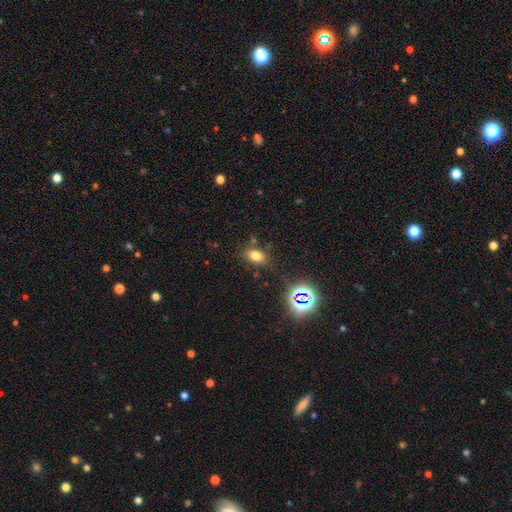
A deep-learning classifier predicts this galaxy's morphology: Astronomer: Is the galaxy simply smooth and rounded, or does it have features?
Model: smooth — 72%.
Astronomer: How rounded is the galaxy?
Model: in between — 77%.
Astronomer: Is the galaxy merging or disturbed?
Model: none — 75%.